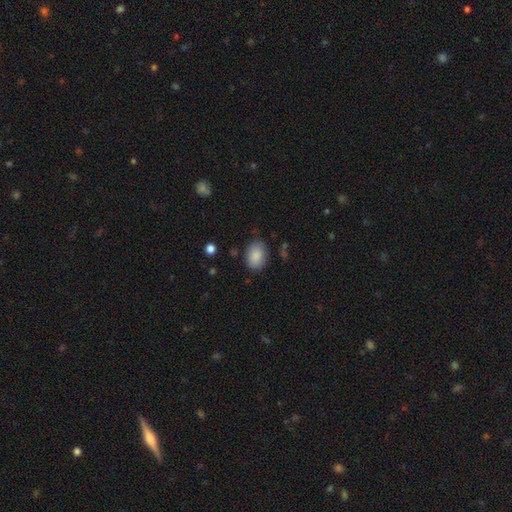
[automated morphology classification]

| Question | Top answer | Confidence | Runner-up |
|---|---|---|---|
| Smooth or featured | smooth | 88% | star or artifact (7%) |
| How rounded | in between | 77% | round (22%) |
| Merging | none | 78% | minor disturbance (16%) |